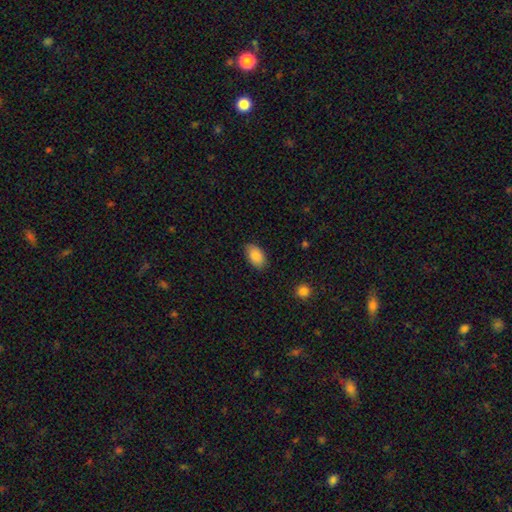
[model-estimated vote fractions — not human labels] Morphology: type=smooth (89%); roundness=in between (92%); merging=none (83%).